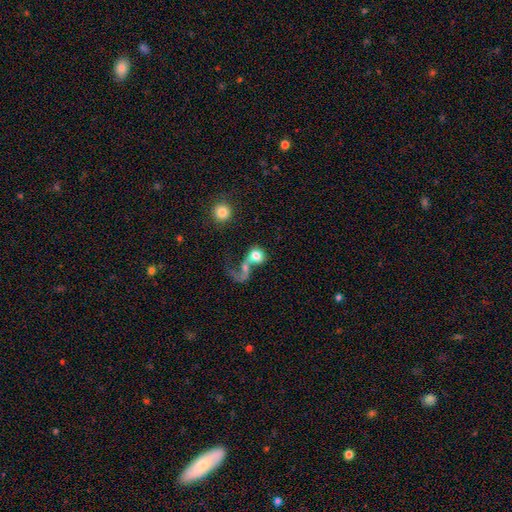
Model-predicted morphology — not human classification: Q: Smooth or featured?
A: smooth (60%); runner-up: featured or disk (31%)
Q: How rounded?
A: round (66%); runner-up: in between (32%)
Q: Merging?
A: merger (52%); runner-up: major disturbance (25%)